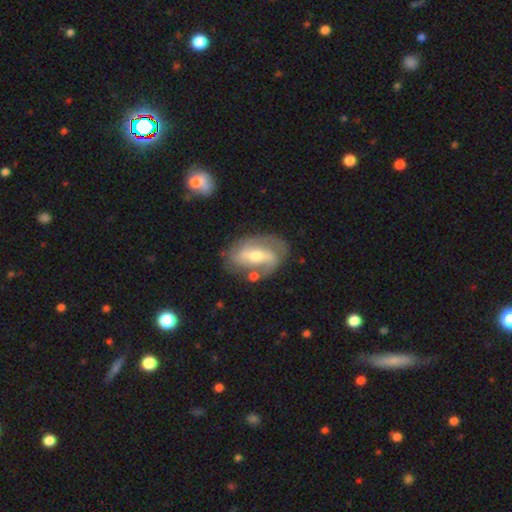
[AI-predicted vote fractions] Smooth or featured? featured or disk (79%)
Edge-on disk? no (94%)
Bar? strong (40%)
Spiral arms? yes (88%)
Spiral winding? medium (40%)
Spiral arm count? 2 (70%)
Bulge size? moderate (59%)
Merging? none (68%)